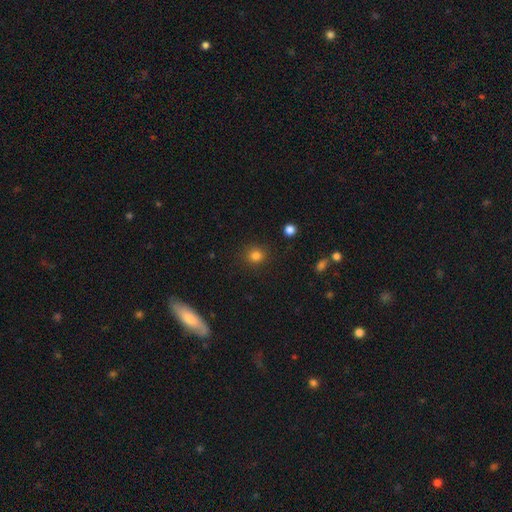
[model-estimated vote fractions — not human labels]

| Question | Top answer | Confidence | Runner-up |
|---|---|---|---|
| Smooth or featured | smooth | 82% | star or artifact (13%) |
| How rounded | round | 86% | in between (13%) |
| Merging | none | 89% | minor disturbance (7%) |